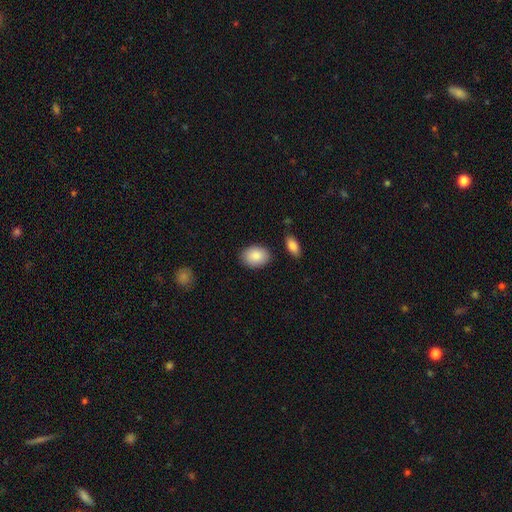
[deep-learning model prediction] This is clearly a smooth galaxy (88%). How rounded: likely in between (79%). Merging: clearly none (85%).